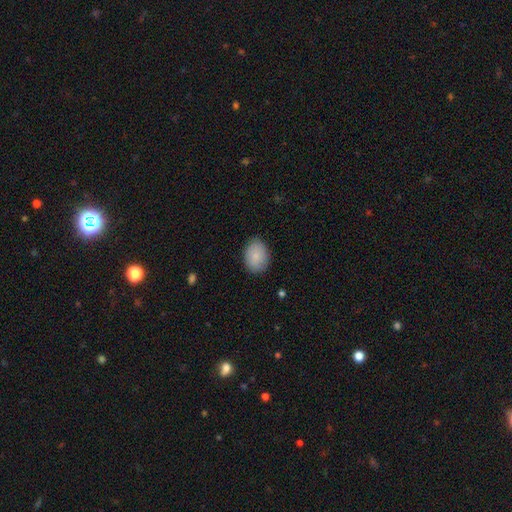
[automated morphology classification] smooth 86%, featured or disk 7%, star or artifact 7%. Down the decision tree: how rounded — in between (69%); merging — none (86%).